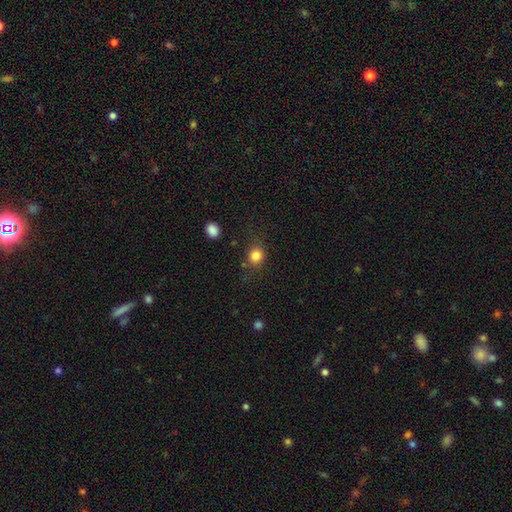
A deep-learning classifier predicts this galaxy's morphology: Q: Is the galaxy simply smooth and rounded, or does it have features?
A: smooth — 83%.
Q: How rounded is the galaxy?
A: round — 79%.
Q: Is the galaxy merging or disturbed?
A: none — 75%.